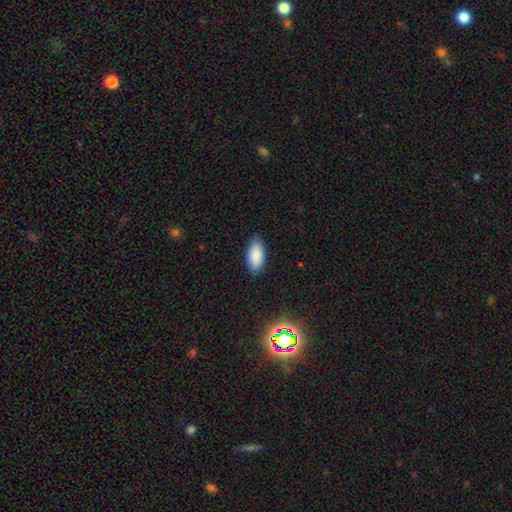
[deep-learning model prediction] A smooth galaxy with no disk features (88%) that is in between round and cigar-shaped (91%).

Vote fractions:
- Smooth or featured? smooth: 88% / star or artifact: 7% / featured or disk: 5%
- How rounded? in between: 91% / cigar-shaped: 7% / round: 2%
- Merging? none: 81% / minor disturbance: 16% / major disturbance: 3% / merger: 1%